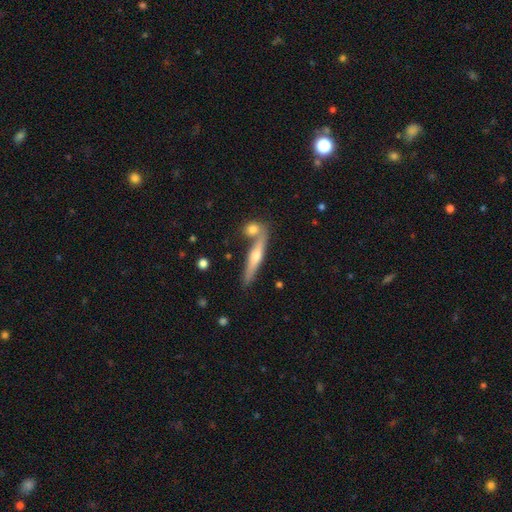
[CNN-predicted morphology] smooth_or_featured: featured or disk (p=0.62) [alt: smooth p=0.32]
disk_edge_on: yes (p=0.95) [alt: no p=0.05]
edge_on_bulge: rounded (p=0.88) [alt: none p=0.07]
merging: none (p=0.66) [alt: merger p=0.21]